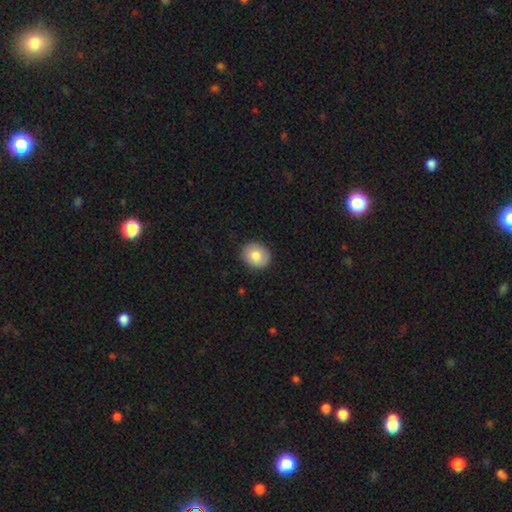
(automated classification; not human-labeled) A smooth galaxy with no disk features (82%) that is round (64%).

Vote fractions:
- Smooth or featured? smooth: 82% / featured or disk: 11% / star or artifact: 7%
- How rounded? round: 64% / in between: 35% / cigar-shaped: 1%
- Merging? none: 89% / minor disturbance: 8% / major disturbance: 2% / merger: 1%